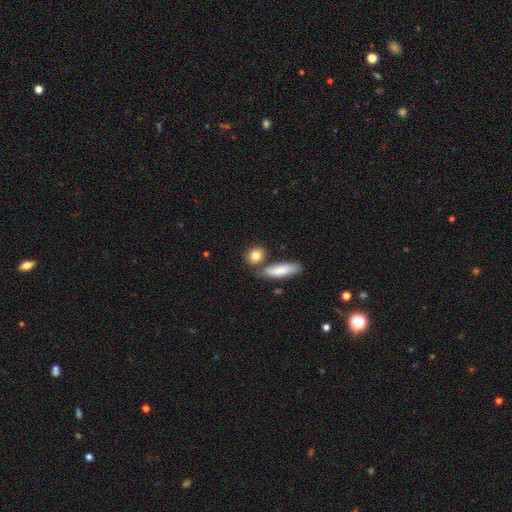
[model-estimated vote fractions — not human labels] Smooth or featured?
  - smooth: 83% *
  - featured or disk: 9%
  - star or artifact: 8%
How rounded?
  - round: 53% *
  - in between: 36%
  - cigar-shaped: 11%
Merging?
  - none: 68% *
  - merger: 17%
  - minor disturbance: 12%
  - major disturbance: 3%